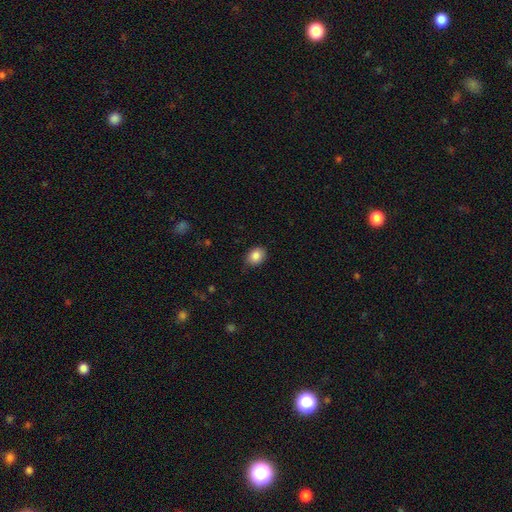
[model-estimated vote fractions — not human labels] smooth 86%, star or artifact 8%, featured or disk 6%. Down the decision tree: how rounded — in between (61%); merging — none (79%).